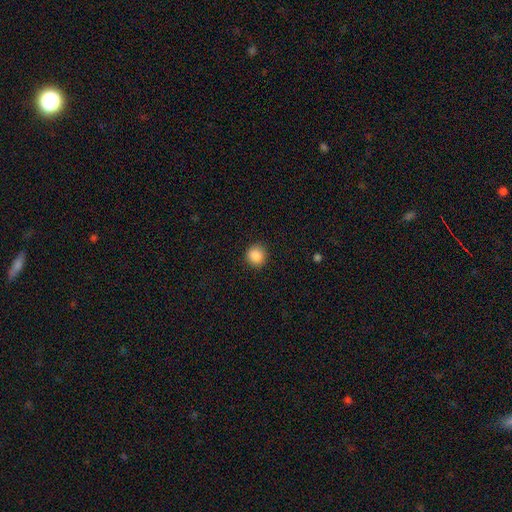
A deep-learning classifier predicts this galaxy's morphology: The model was most divided on "how rounded": round: 89%, in between: 10%, cigar-shaped: 1%. More confident: merging — none (90%); smooth or featured — smooth (88%).